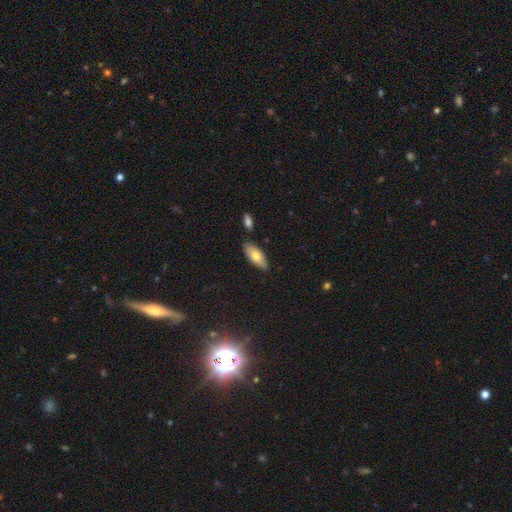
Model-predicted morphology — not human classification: A smooth galaxy with no disk features (72%) that is in between round and cigar-shaped (81%).

Vote fractions:
- Smooth or featured? smooth: 72% / featured or disk: 22% / star or artifact: 6%
- How rounded? in between: 81% / cigar-shaped: 17% / round: 2%
- Merging? none: 80% / minor disturbance: 13% / merger: 4% / major disturbance: 2%